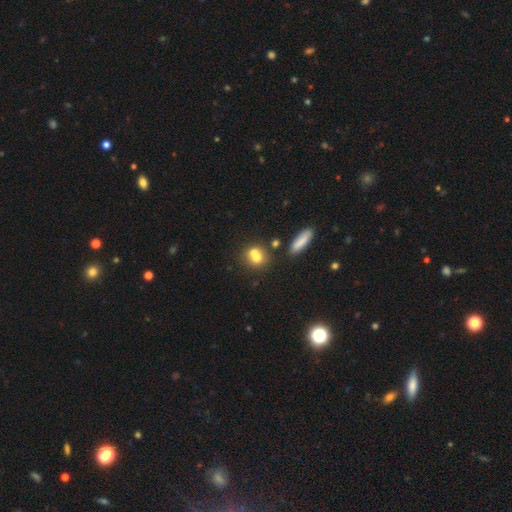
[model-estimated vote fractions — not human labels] Smooth or featured? Predicted: smooth (p=0.68). How rounded? Predicted: round (p=0.70). Merging? Predicted: merger (p=0.48).